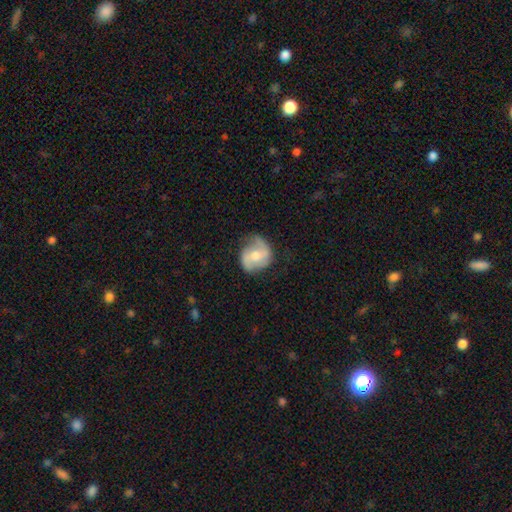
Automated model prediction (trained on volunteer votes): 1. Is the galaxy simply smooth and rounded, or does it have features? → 61% featured or disk, 33% smooth, 6% star or artifact.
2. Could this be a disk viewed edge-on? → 97% no, 3% yes.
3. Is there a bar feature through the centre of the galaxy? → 44% weak, 40% no, 16% strong.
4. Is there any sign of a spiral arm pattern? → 85% yes, 15% no.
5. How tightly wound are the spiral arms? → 45% medium, 32% loose, 23% tight.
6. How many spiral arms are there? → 80% 2, 9% can't tell, 6% 1, 3% 3, 1% 4, 1% more than 4.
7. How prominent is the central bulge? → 62% moderate, 28% small, 6% large, 3% none, 1% dominant.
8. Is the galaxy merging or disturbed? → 64% none, 25% minor disturbance, 9% major disturbance, 1% merger.